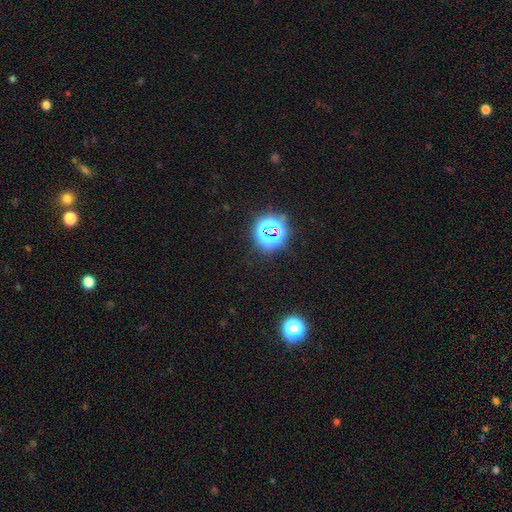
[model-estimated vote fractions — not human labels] This is likely a star or artifact rather than a galaxy (73%).